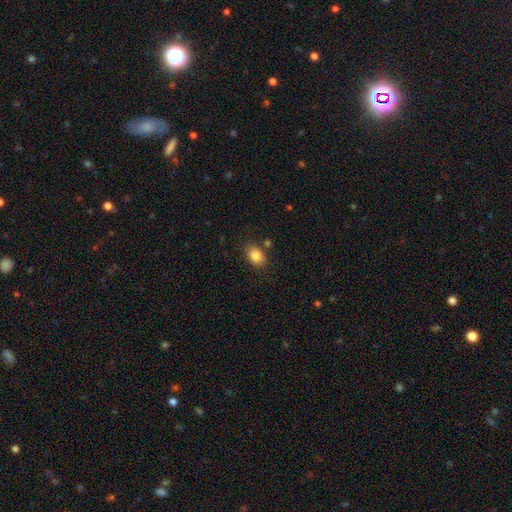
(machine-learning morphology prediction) This is clearly a smooth galaxy (85%). How rounded: likely in between (72%). Merging: clearly none (81%).